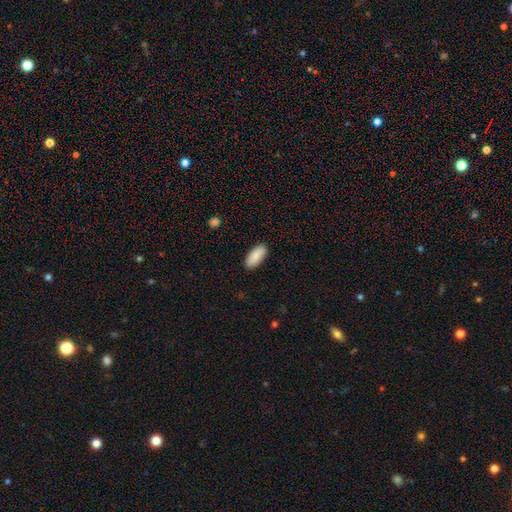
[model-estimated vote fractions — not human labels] smooth_or_featured: smooth (p=0.89) [alt: star or artifact p=0.06]
how_rounded: in between (p=0.90) [alt: cigar-shaped p=0.09]
merging: none (p=0.89) [alt: minor disturbance p=0.08]